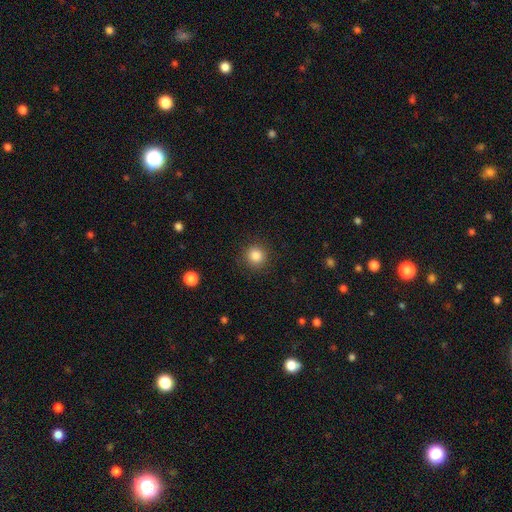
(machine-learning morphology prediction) A smooth galaxy with no disk features (85%) that is round (93%).

Vote fractions:
- Smooth or featured? smooth: 85% / star or artifact: 11% / featured or disk: 4%
- How rounded? round: 93% / in between: 6% / cigar-shaped: 1%
- Merging? none: 90% / minor disturbance: 6% / major disturbance: 3% / merger: 1%